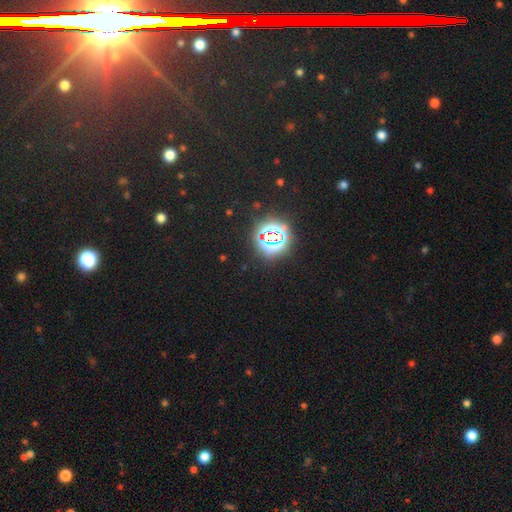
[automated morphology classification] type=star or artifact (80%).